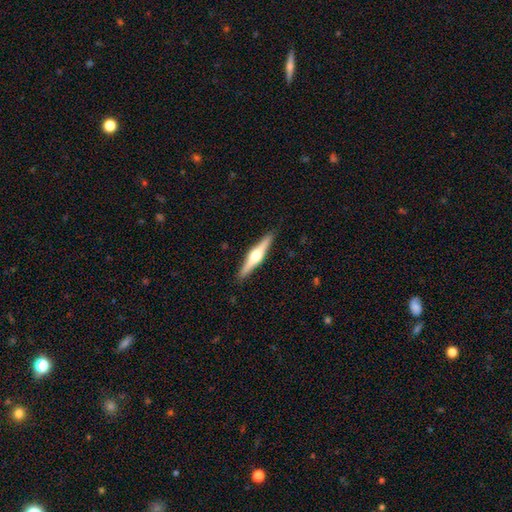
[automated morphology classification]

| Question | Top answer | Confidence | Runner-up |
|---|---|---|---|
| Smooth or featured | featured or disk | 74% | smooth (21%) |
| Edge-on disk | yes | 98% | no (2%) |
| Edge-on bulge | rounded | 92% | boxy (6%) |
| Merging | none | 91% | minor disturbance (7%) |